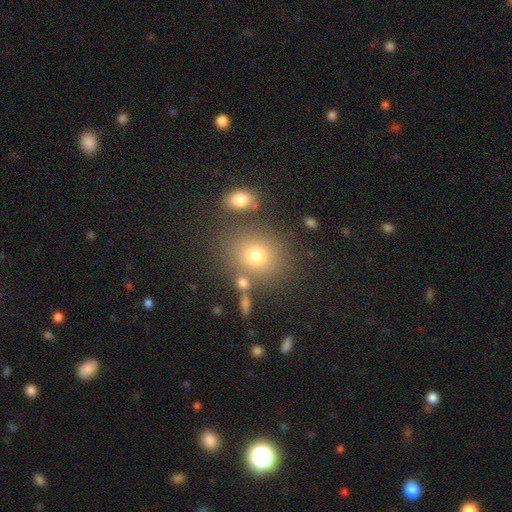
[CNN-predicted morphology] smooth-or-featured: smooth: 70% | star or artifact: 18% | featured or disk: 11%
  how-rounded: round: 64% | in between: 35% | cigar-shaped: 1%
  merging: none: 74% | merger: 12% | minor disturbance: 10% | major disturbance: 4%